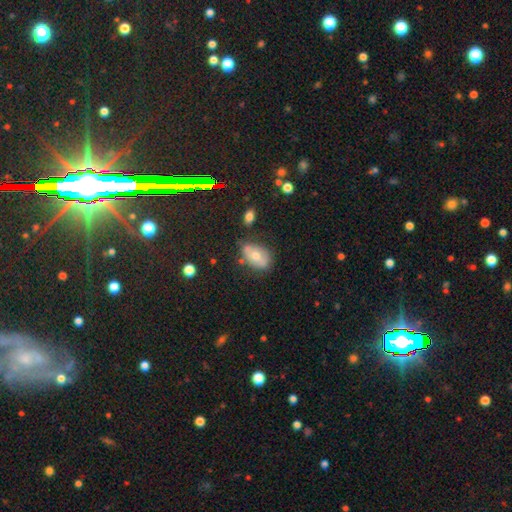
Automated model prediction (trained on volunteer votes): smooth_or_featured: smooth (p=0.61) [alt: featured or disk p=0.29]
how_rounded: in between (p=0.87) [alt: round p=0.11]
merging: none (p=0.65) [alt: minor disturbance p=0.23]